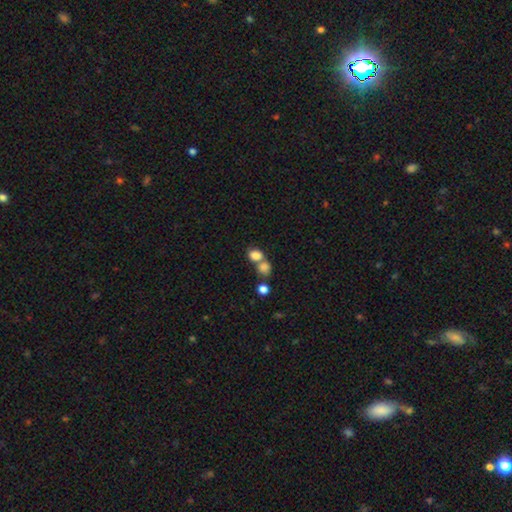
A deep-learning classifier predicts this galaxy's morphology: This appears to be a smooth galaxy with no disk features (82%) that is round (51%). Merging: merger (49%).